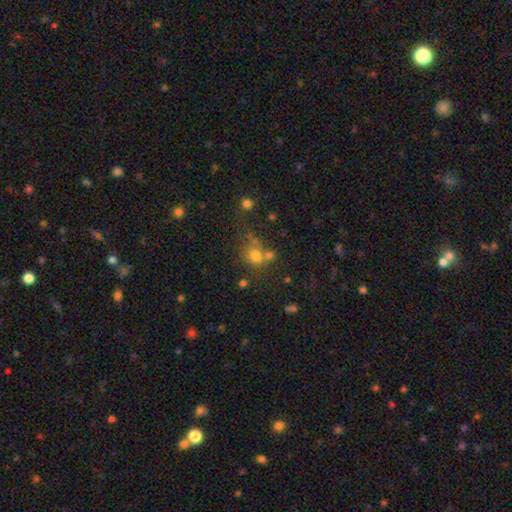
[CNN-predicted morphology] Smooth or featured? Predicted: smooth (p=0.70). How rounded? Predicted: round (p=0.74). Merging? Predicted: none (p=0.50).